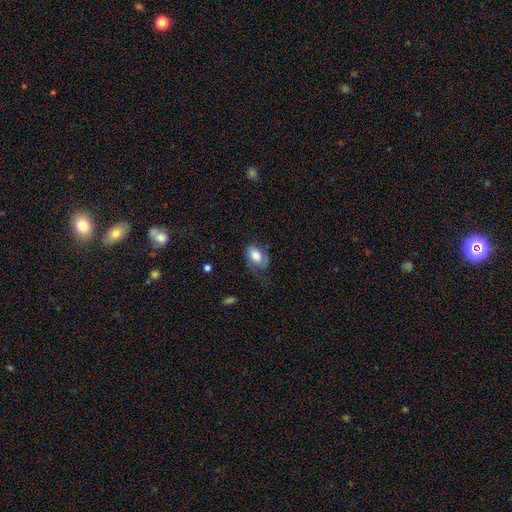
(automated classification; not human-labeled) Smooth or featured?
  - smooth: 75% *
  - featured or disk: 18%
  - star or artifact: 7%
How rounded?
  - in between: 88% *
  - round: 11%
  - cigar-shaped: 1%
Merging?
  - none: 42% *
  - minor disturbance: 31%
  - major disturbance: 25%
  - merger: 2%